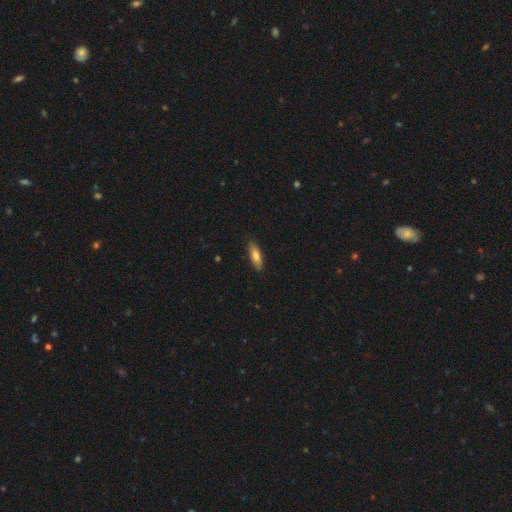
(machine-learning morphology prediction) The model was most divided on "how rounded" (2-way tie): in between: 49%, cigar-shaped: 49%, round: 2%. More confident: merging — none (86%); smooth or featured — smooth (76%).